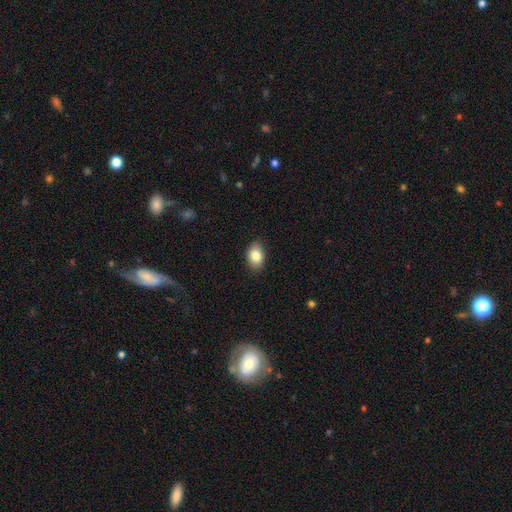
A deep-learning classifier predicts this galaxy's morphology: type=smooth (85%); roundness=in between (86%); merging=none (86%).